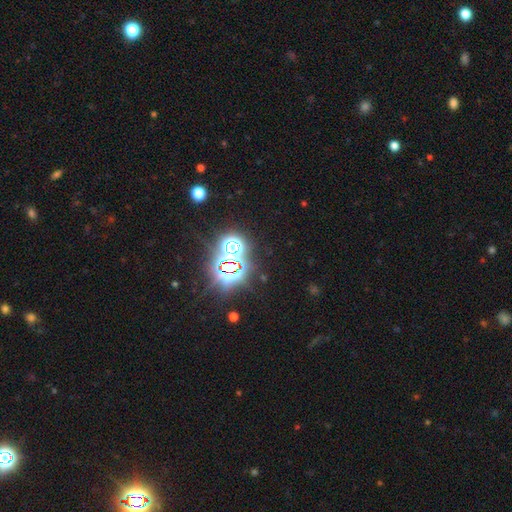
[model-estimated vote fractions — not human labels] This appears to be a star or artifact, not a galaxy (73%).